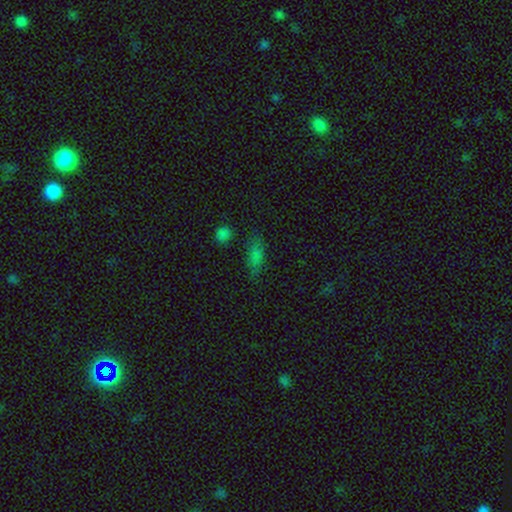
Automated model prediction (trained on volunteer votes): Smooth or featured? Predicted: smooth (p=0.72). How rounded? Predicted: in between (p=0.73). Merging? Predicted: none (p=0.70).